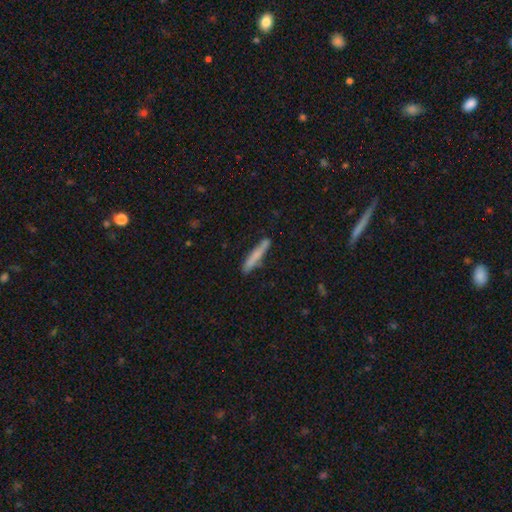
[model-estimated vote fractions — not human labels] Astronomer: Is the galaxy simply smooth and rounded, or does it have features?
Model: smooth — 71%.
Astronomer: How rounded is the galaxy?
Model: cigar-shaped — 94%.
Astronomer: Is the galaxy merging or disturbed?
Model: none — 82%.